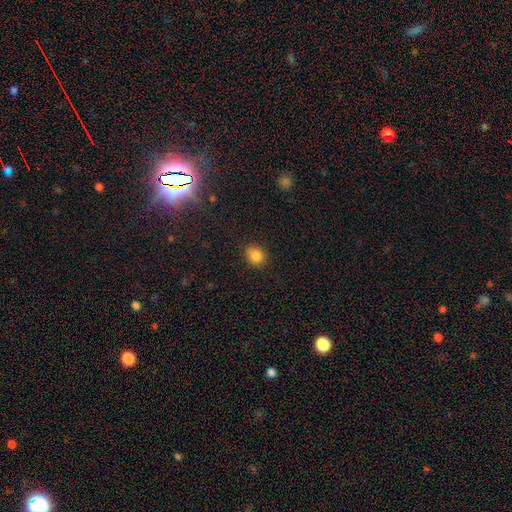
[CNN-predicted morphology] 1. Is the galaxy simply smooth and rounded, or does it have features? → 85% smooth, 11% star or artifact, 5% featured or disk.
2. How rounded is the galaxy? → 65% round, 34% in between, 1% cigar-shaped.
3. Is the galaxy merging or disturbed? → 80% none, 15% minor disturbance, 3% major disturbance, 2% merger.